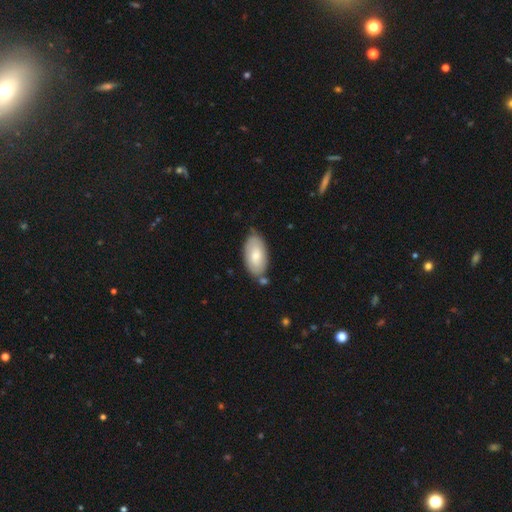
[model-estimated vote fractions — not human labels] Smooth or featured?
  - smooth: 75% *
  - featured or disk: 20%
  - star or artifact: 5%
How rounded?
  - in between: 95% *
  - round: 2%
  - cigar-shaped: 2%
Merging?
  - none: 69% *
  - minor disturbance: 19%
  - merger: 8%
  - major disturbance: 4%